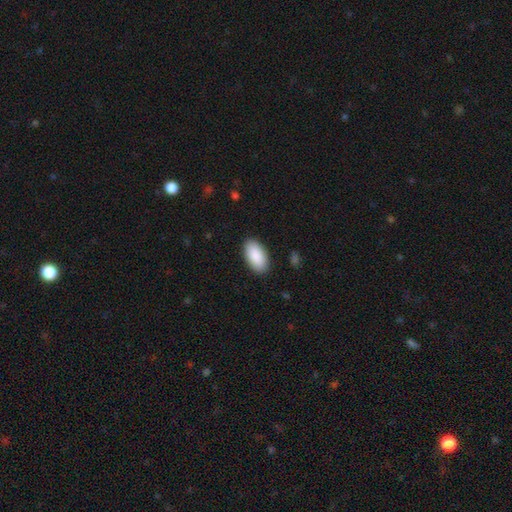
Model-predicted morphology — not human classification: Overall: smooth (90%). How rounded: in between (95%). Merging: none (89%).